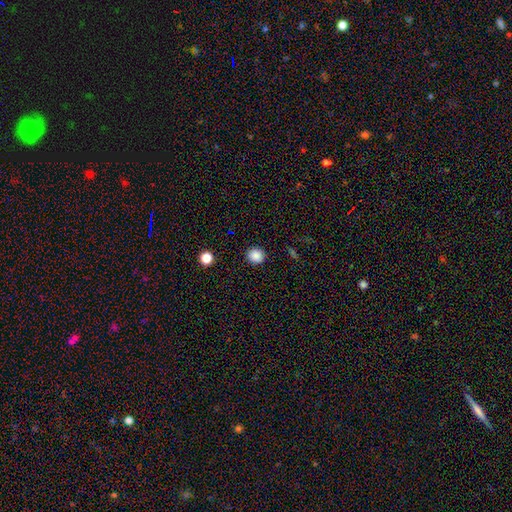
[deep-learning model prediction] smooth 86%, star or artifact 10%, featured or disk 4%. Down the decision tree: how rounded — round (89%); merging — none (92%).